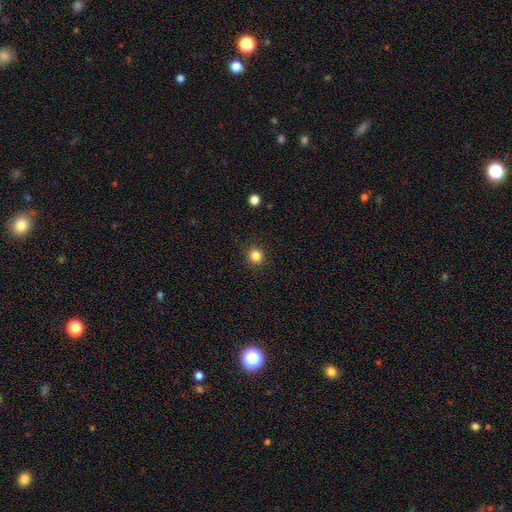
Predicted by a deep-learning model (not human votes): Morphology: type=smooth (84%); roundness=round (90%); merging=none (90%).